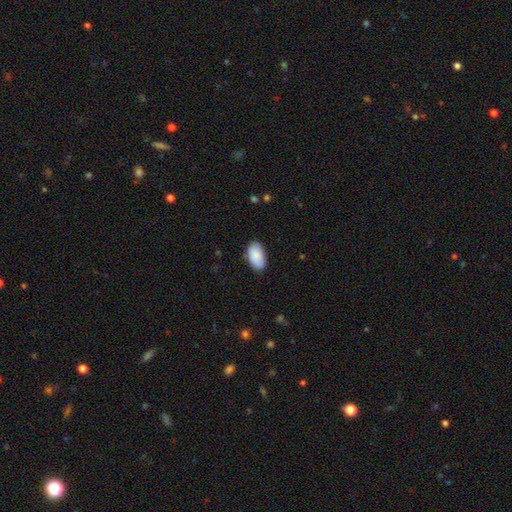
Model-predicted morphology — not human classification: Smooth or featured?
  - smooth: 88% *
  - star or artifact: 6%
  - featured or disk: 6%
How rounded?
  - in between: 95% *
  - round: 4%
  - cigar-shaped: 1%
Merging?
  - none: 82% *
  - minor disturbance: 15%
  - major disturbance: 2%
  - merger: 1%